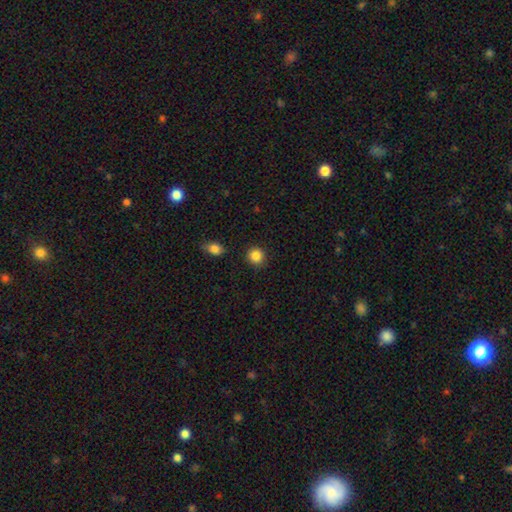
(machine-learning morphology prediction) smooth-or-featured: smooth: 87% | star or artifact: 10% | featured or disk: 4%
  how-rounded: round: 90% | in between: 9% | cigar-shaped: 1%
  merging: none: 88% | minor disturbance: 7% | major disturbance: 2% | merger: 2%